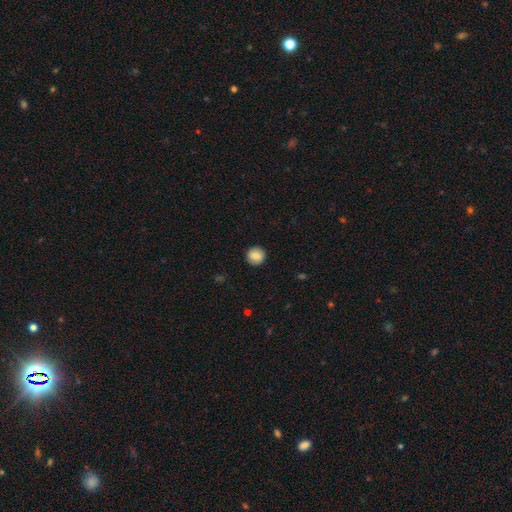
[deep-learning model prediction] Q: Smooth or featured?
A: smooth (84%); runner-up: star or artifact (8%)
Q: How rounded?
A: round (89%); runner-up: in between (10%)
Q: Merging?
A: none (90%); runner-up: minor disturbance (7%)